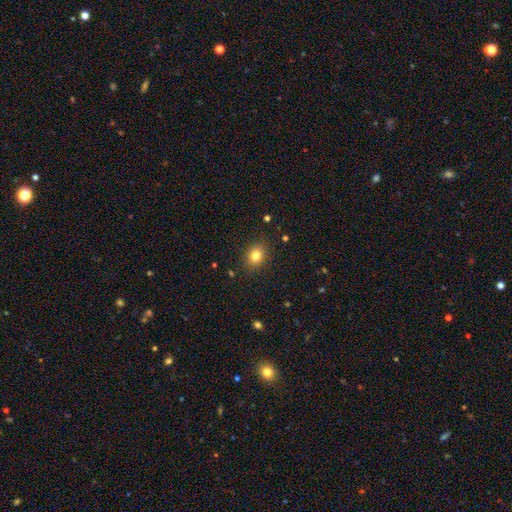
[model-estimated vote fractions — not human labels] smooth-or-featured: smooth: 81% | star or artifact: 11% | featured or disk: 7%
  how-rounded: in between: 53% | round: 46% | cigar-shaped: 1%
  merging: none: 88% | minor disturbance: 8% | major disturbance: 2% | merger: 1%